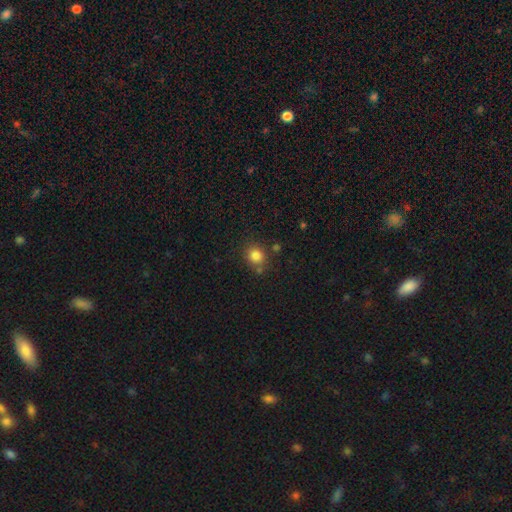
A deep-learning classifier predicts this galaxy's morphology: Q: Smooth or featured?
A: smooth (82%); runner-up: star or artifact (12%)
Q: How rounded?
A: round (82%); runner-up: in between (17%)
Q: Merging?
A: none (77%); runner-up: minor disturbance (11%)